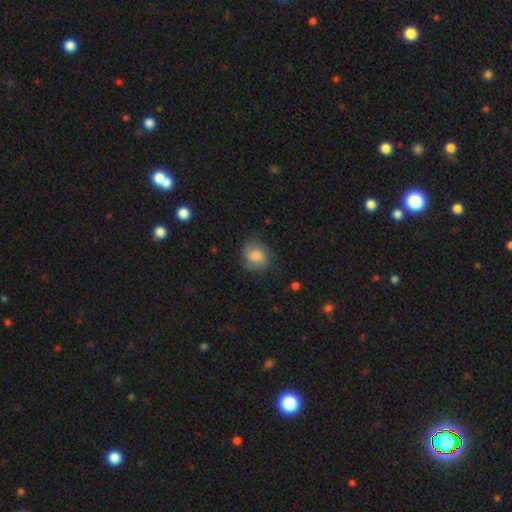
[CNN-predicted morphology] The model was most divided on "how rounded": round: 64%, in between: 35%, cigar-shaped: 1%. More confident: smooth or featured — smooth (76%); merging — none (70%).